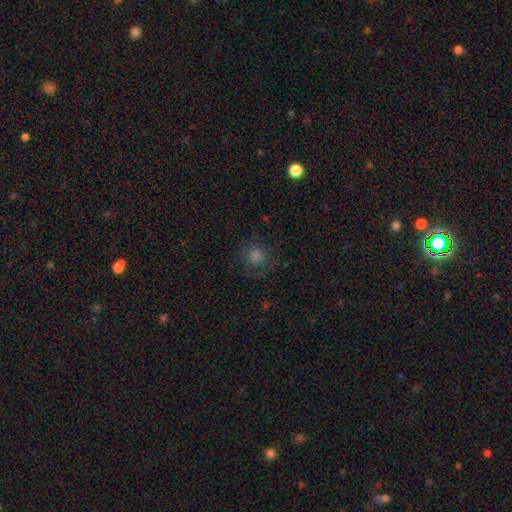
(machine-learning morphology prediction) Q: Smooth or featured?
A: smooth (60%); runner-up: star or artifact (23%)
Q: How rounded?
A: round (88%); runner-up: in between (11%)
Q: Merging?
A: none (75%); runner-up: minor disturbance (14%)